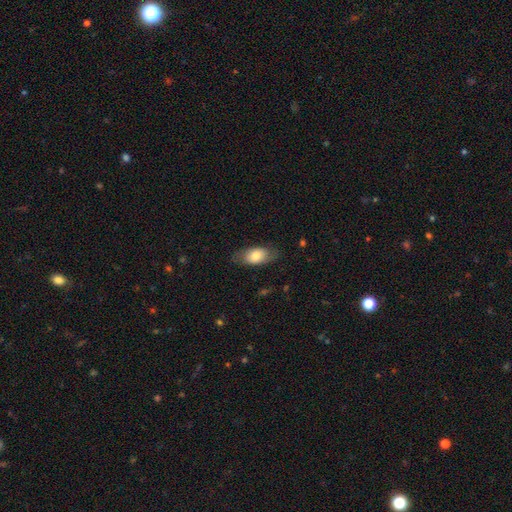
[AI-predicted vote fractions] Morphology: type=smooth (71%); roundness=in between (88%); merging=none (75%).